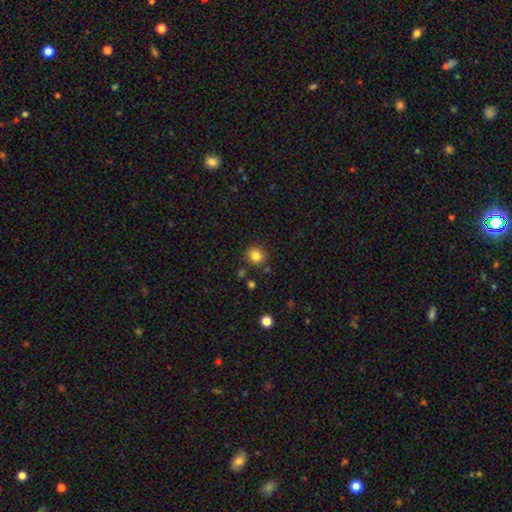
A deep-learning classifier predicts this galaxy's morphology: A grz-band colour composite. It shows a smooth galaxy with no disk features (83%) that is round (87%). Merging: none (84%).